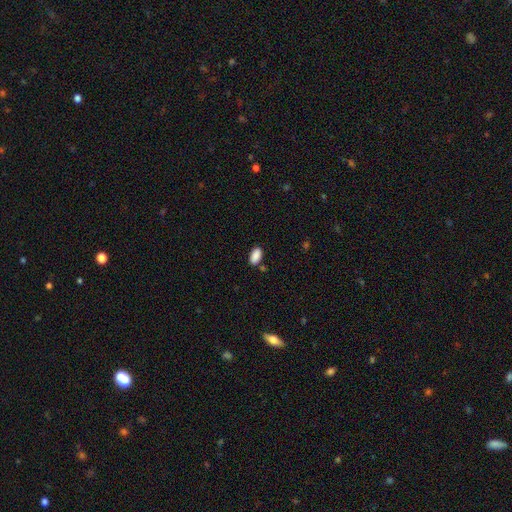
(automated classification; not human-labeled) A smooth galaxy with no disk features (89%) that is in between round and cigar-shaped (93%). Merging: none (80%).